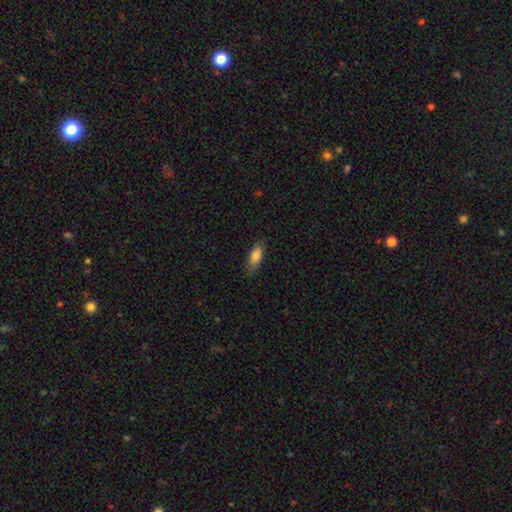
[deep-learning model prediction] smooth-or-featured: smooth: 84% | featured or disk: 9% | star or artifact: 7%
  how-rounded: in between: 76% | cigar-shaped: 22% | round: 2%
  merging: none: 79% | minor disturbance: 16% | major disturbance: 4% | merger: 1%